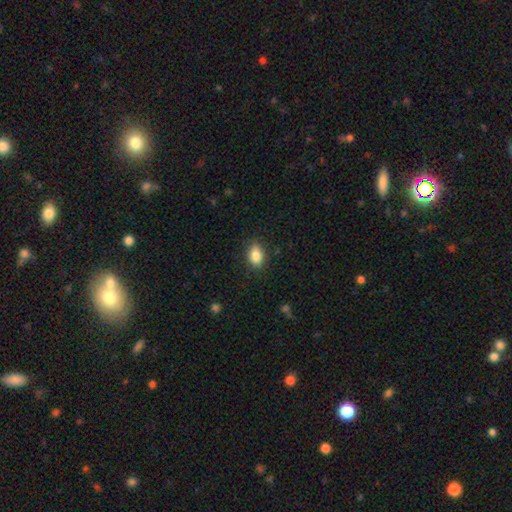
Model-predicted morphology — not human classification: Smooth or featured?
  - smooth: 85% *
  - star or artifact: 8%
  - featured or disk: 7%
How rounded?
  - in between: 83% *
  - round: 15%
  - cigar-shaped: 2%
Merging?
  - none: 82% *
  - minor disturbance: 14%
  - major disturbance: 3%
  - merger: 1%